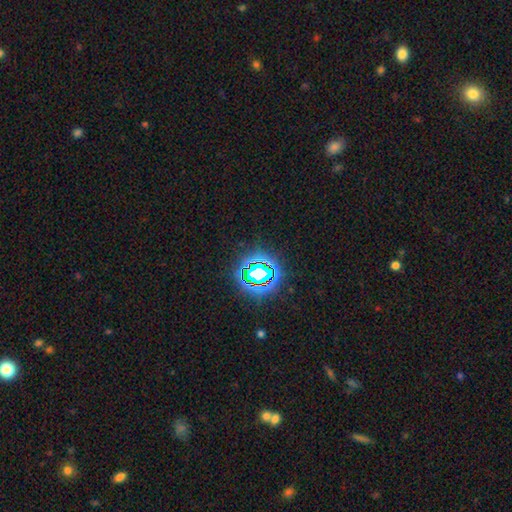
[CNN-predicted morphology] smooth-or-featured: star or artifact: 79% | smooth: 14% | featured or disk: 7%